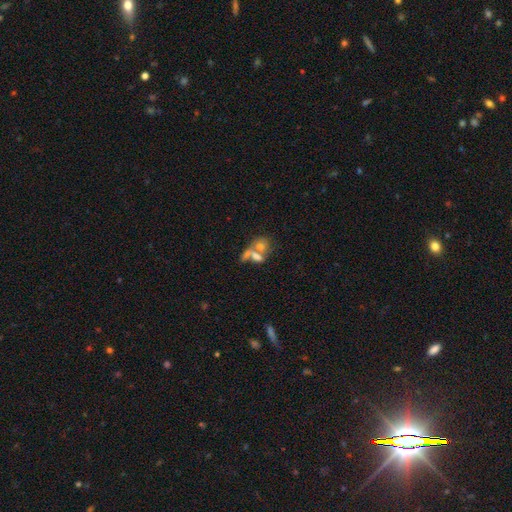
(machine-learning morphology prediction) The model was most divided on "smooth or featured": smooth: 60%, featured or disk: 28%, star or artifact: 12%. More confident: how rounded — in between (66%); merging — merger (65%).